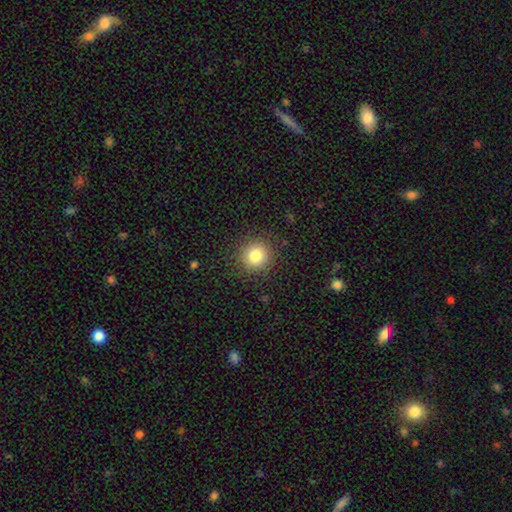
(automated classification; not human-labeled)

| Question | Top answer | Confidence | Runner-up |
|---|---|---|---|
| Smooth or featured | smooth | 81% | star or artifact (12%) |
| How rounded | round | 92% | in between (7%) |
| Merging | none | 89% | minor disturbance (7%) |